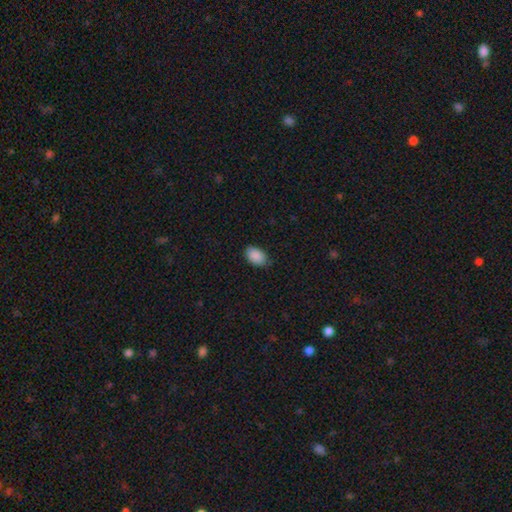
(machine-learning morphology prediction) This appears to be a smooth galaxy with no disk features (90%) that is in between round and cigar-shaped (89%). Merging: none (84%).